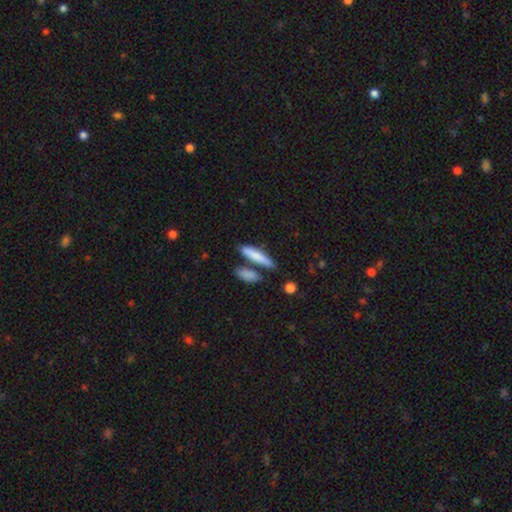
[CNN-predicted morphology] Smooth or featured?
  - smooth: 80% *
  - featured or disk: 14%
  - star or artifact: 6%
How rounded?
  - cigar-shaped: 76% *
  - in between: 21%
  - round: 3%
Merging?
  - none: 66% *
  - merger: 16%
  - minor disturbance: 14%
  - major disturbance: 4%